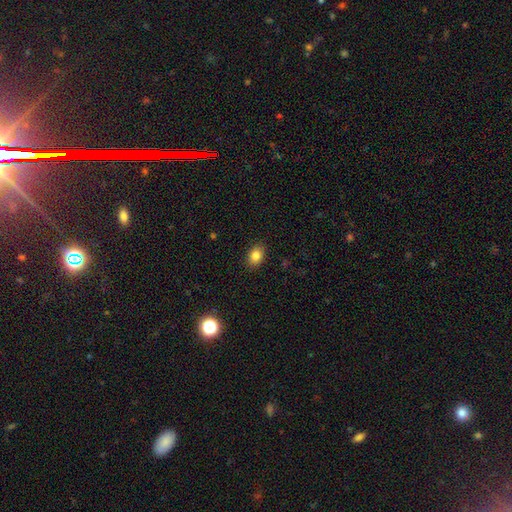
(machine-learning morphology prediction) type=smooth (84%); roundness=in between (73%); merging=none (88%).